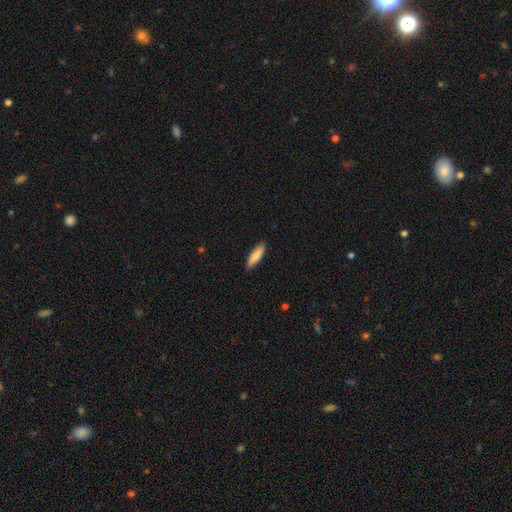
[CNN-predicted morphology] Q: Smooth or featured?
A: smooth (84%); runner-up: featured or disk (11%)
Q: How rounded?
A: cigar-shaped (62%); runner-up: in between (36%)
Q: Merging?
A: none (88%); runner-up: minor disturbance (9%)